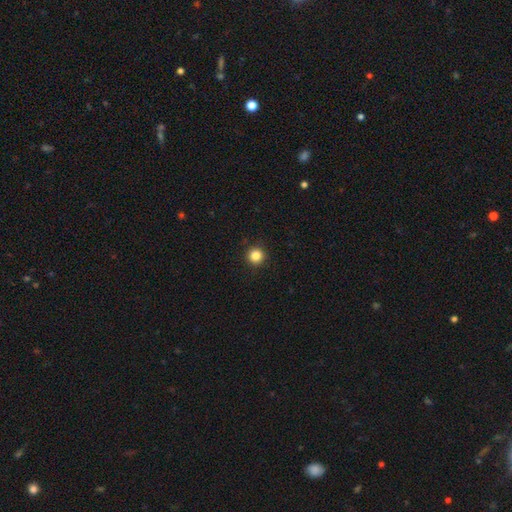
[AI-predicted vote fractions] Overall: smooth (85%). How rounded: round (96%). Merging: none (93%).